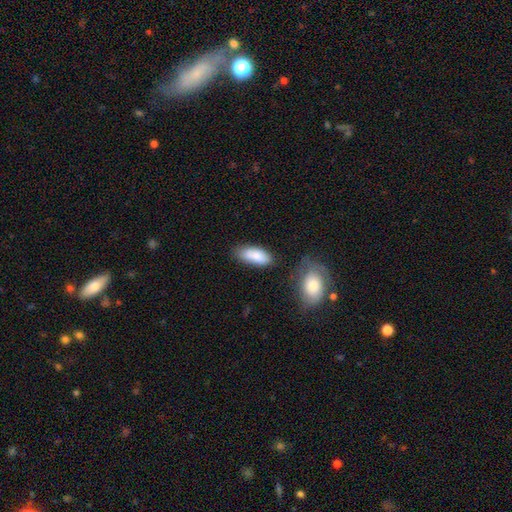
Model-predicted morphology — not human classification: Smooth or featured? smooth (84%)
How rounded? in between (82%)
Merging? none (67%)